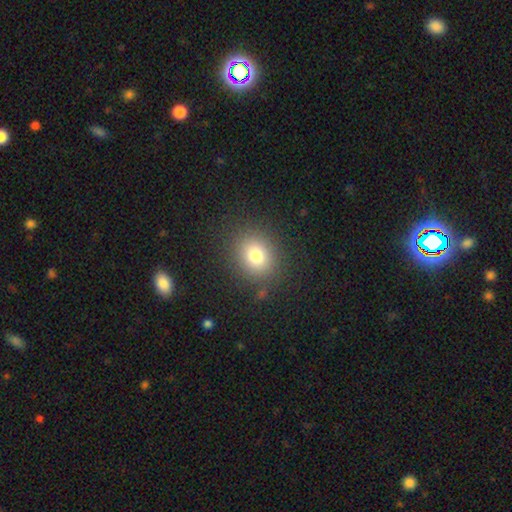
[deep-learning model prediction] Q: Smooth or featured?
A: smooth (78%); runner-up: star or artifact (13%)
Q: How rounded?
A: round (64%); runner-up: in between (35%)
Q: Merging?
A: none (85%); runner-up: minor disturbance (9%)